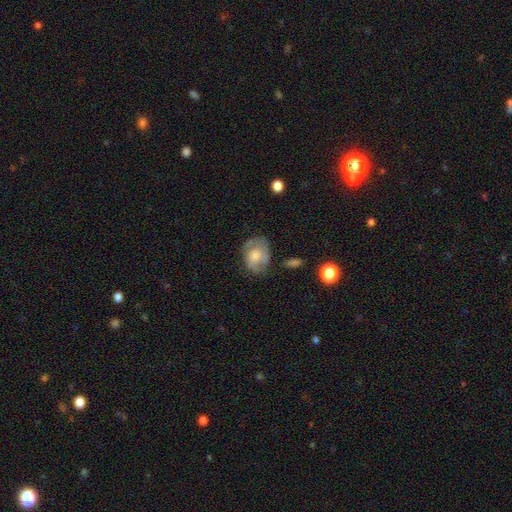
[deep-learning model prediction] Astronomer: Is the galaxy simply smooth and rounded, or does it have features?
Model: featured or disk — 52% (runner-up: smooth, 40%).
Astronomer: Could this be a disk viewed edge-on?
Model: no — 97%.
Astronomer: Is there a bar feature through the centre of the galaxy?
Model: no — 76%.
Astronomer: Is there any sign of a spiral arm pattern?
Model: yes — 72%.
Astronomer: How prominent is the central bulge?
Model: moderate — 42% (runner-up: small, 30%).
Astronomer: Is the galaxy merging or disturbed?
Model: none — 55%.